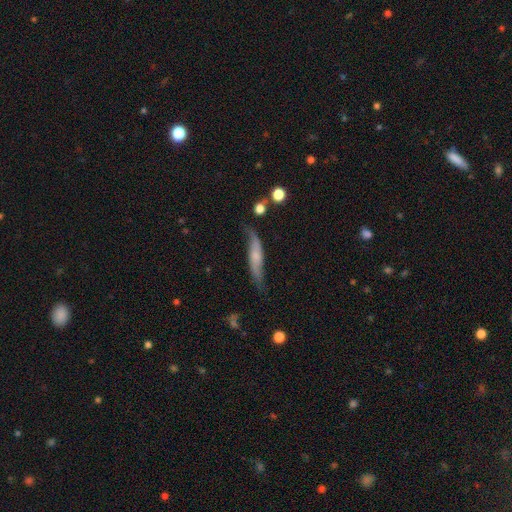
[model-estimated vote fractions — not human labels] smooth-or-featured: featured or disk: 55% | smooth: 38% | star or artifact: 7%
  disk-edge-on: no: 52% | yes: 48%
  merging: none: 59% | minor disturbance: 28% | major disturbance: 9% | merger: 3%